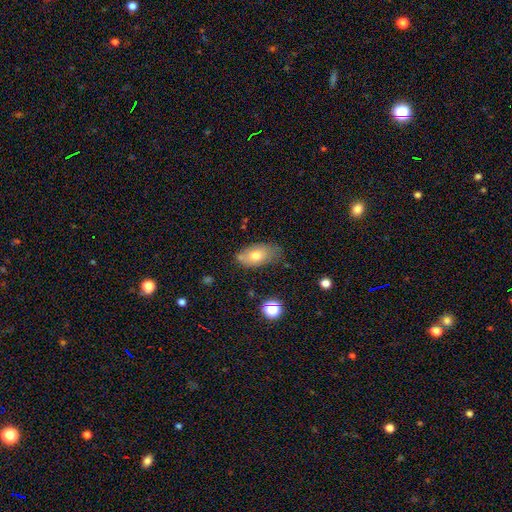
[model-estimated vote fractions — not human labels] Smooth or featured? smooth (70%)
How rounded? in between (91%)
Merging? none (63%)